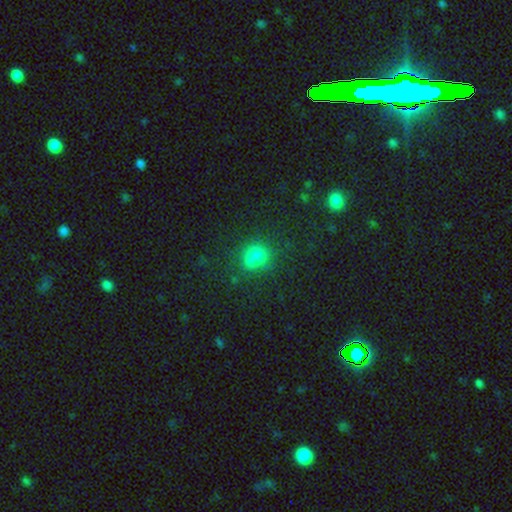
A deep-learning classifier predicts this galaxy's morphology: This appears to be a smooth galaxy with no disk features (73%) that is round (70%). Merging: none (48%).